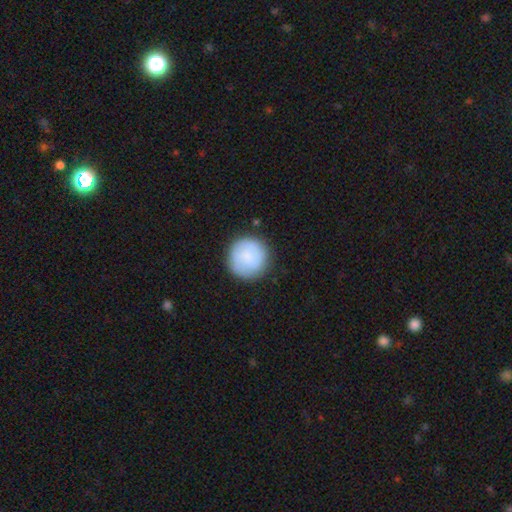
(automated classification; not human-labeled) A smooth galaxy with no disk features (77%) that is round (96%).

Vote fractions:
- Smooth or featured? smooth: 77% / featured or disk: 17% / star or artifact: 6%
- How rounded? round: 96% / in between: 3% / cigar-shaped: 1%
- Merging? none: 85% / minor disturbance: 10% / major disturbance: 3% / merger: 2%